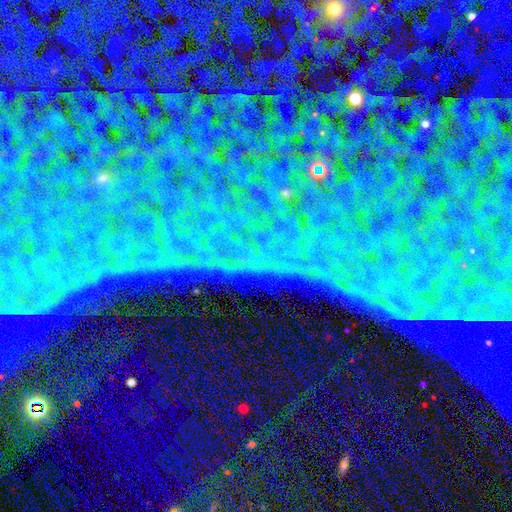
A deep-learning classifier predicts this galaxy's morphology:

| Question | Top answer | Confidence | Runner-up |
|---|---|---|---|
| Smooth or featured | star or artifact | 85% | featured or disk (8%) |